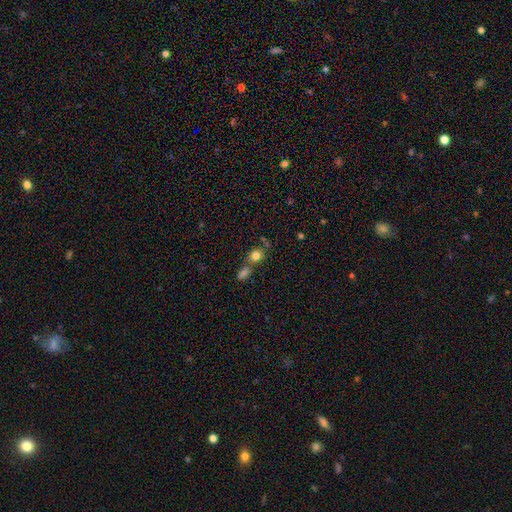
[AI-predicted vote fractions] Overall: smooth (80%). How rounded: round (67%; in between 31%). Merging: none (54%; merger 31%).